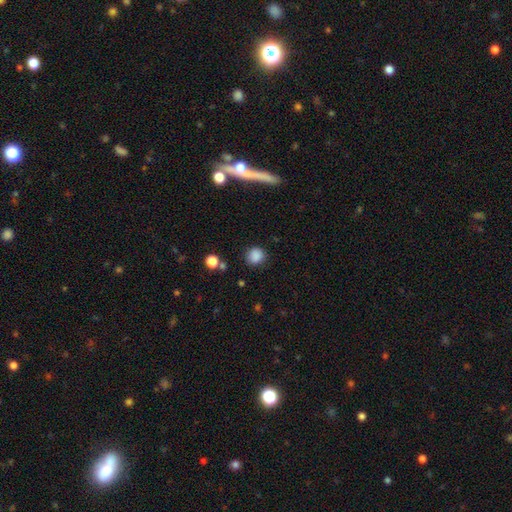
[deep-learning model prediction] Q: Smooth or featured?
A: smooth (85%); runner-up: star or artifact (11%)
Q: How rounded?
A: round (85%); runner-up: in between (13%)
Q: Merging?
A: none (83%); runner-up: minor disturbance (11%)